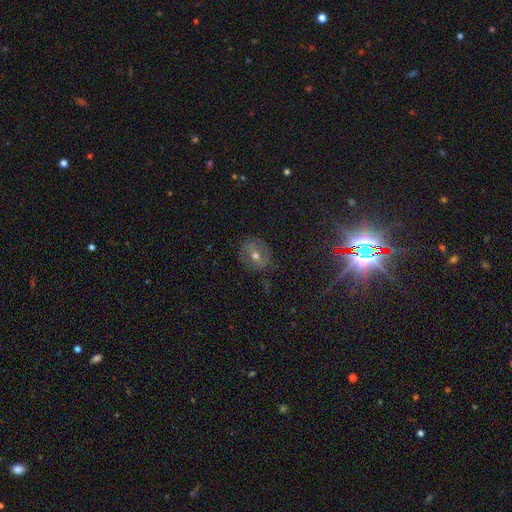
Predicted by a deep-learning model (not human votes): Q: Smooth or featured?
A: featured or disk (43%); runner-up: smooth (31%)
Q: Merging?
A: none (82%); runner-up: minor disturbance (12%)